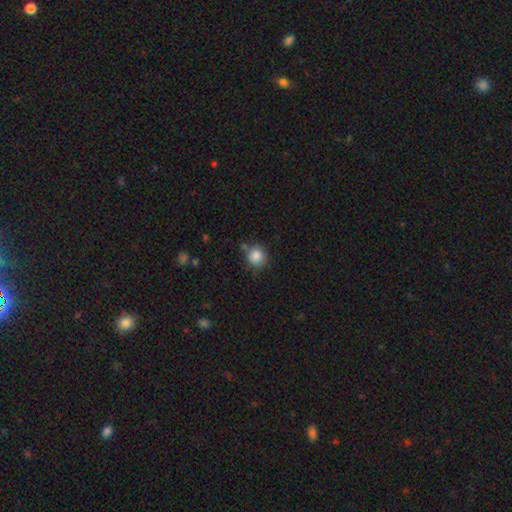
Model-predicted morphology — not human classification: A smooth galaxy with no disk features (86%) that is round (90%).

Vote fractions:
- Smooth or featured? smooth: 86% / star or artifact: 10% / featured or disk: 5%
- How rounded? round: 90% / in between: 9% / cigar-shaped: 1%
- Merging? none: 74% / minor disturbance: 14% / merger: 8% / major disturbance: 4%